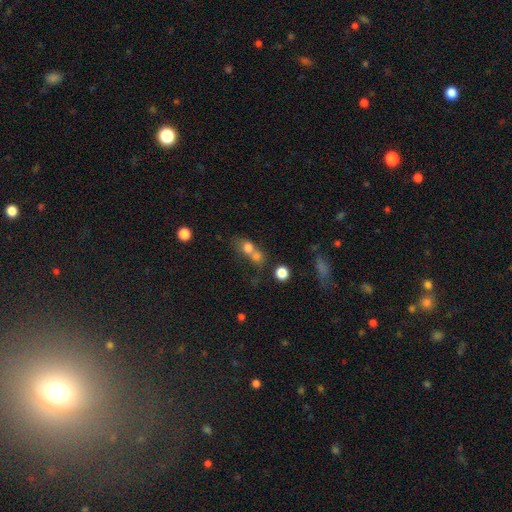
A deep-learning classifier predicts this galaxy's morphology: Overall: smooth (66%). How rounded: round (59%; in between 37%). Merging: merger (59%; none 28%).